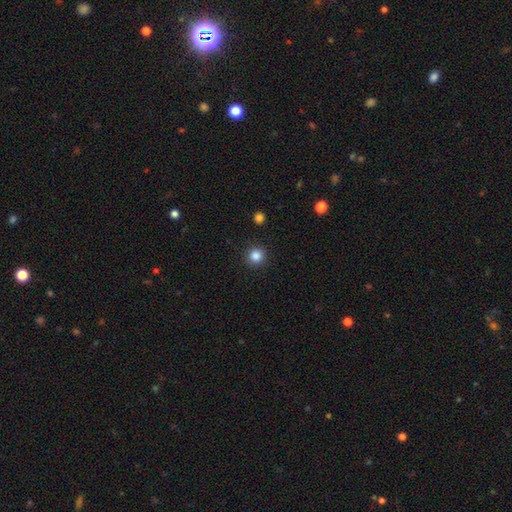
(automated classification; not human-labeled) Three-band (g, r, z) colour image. It shows a smooth galaxy with no disk features (85%) that is round (94%). Merging: none (91%).